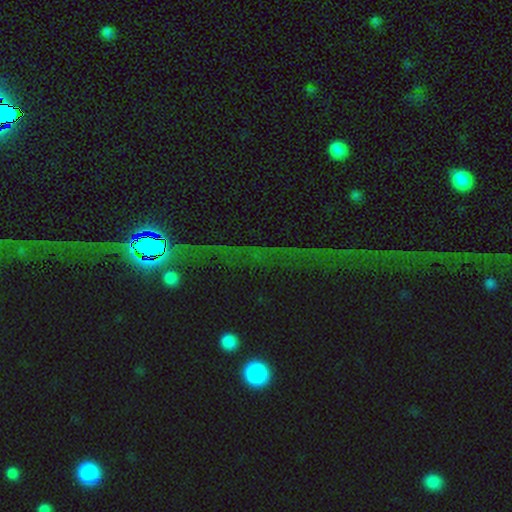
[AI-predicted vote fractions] Smooth or featured?
  - star or artifact: 73% *
  - featured or disk: 14%
  - smooth: 13%